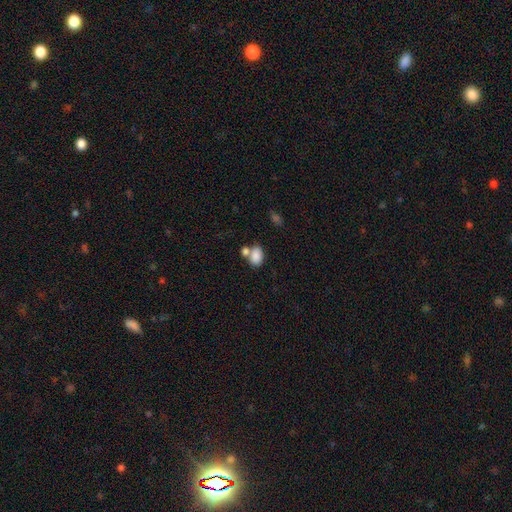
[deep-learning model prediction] Smooth or featured: smooth — 85% (star or artifact — 8%)
How rounded: in between — 83% (round — 16%)
Merging: none — 45% (merger — 39%)